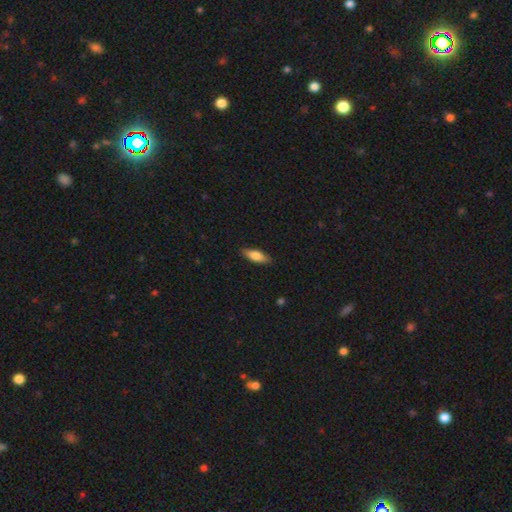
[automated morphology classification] A smooth galaxy with no disk features (72%) that is in between round and cigar-shaped (60%).

Vote fractions:
- Smooth or featured? smooth: 72% / featured or disk: 21% / star or artifact: 6%
- How rounded? in between: 60% / cigar-shaped: 38% / round: 2%
- Merging? none: 88% / minor disturbance: 9% / major disturbance: 2% / merger: 1%